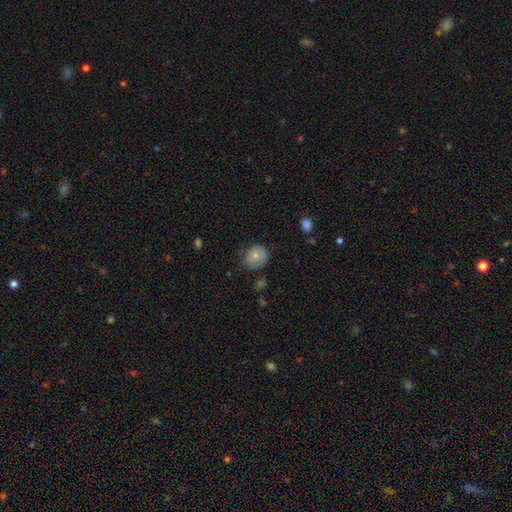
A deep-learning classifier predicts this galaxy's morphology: Overall: smooth (73%). How rounded: round (59%; in between 40%). Merging: none (55%; minor disturbance 33%).